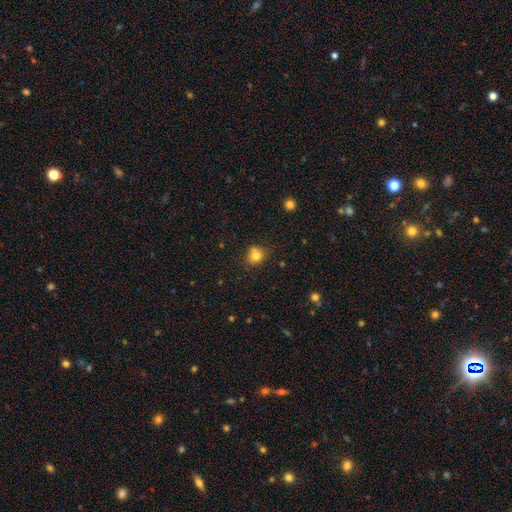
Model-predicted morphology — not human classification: Q: Smooth or featured?
A: smooth (79%); runner-up: star or artifact (13%)
Q: How rounded?
A: round (73%); runner-up: in between (26%)
Q: Merging?
A: none (60%); runner-up: minor disturbance (20%)